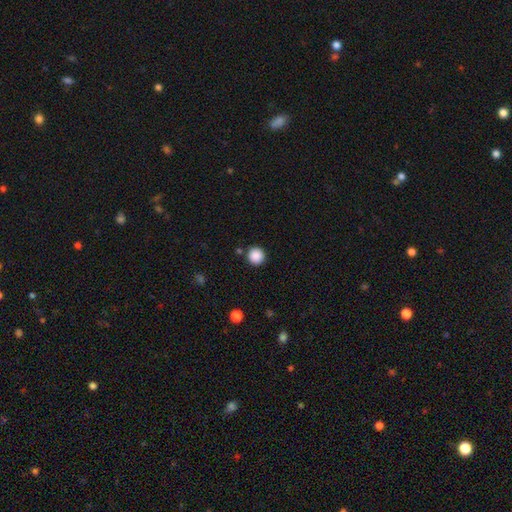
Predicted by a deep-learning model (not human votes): This is clearly a smooth galaxy (88%). How rounded: clearly round (96%). Merging: clearly none (89%).